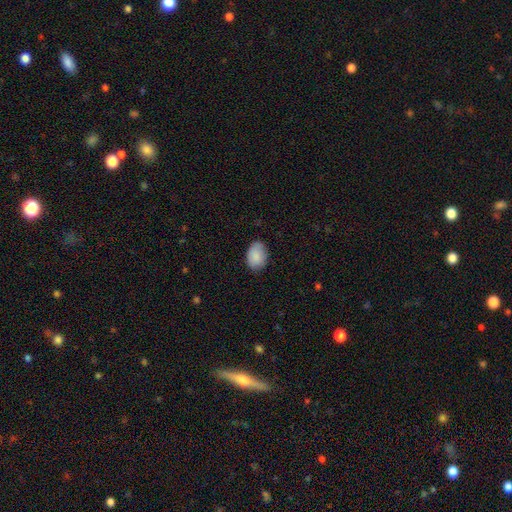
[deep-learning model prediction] A smooth galaxy with no disk features (88%) that is in between round and cigar-shaped (82%). Merging: none (78%).